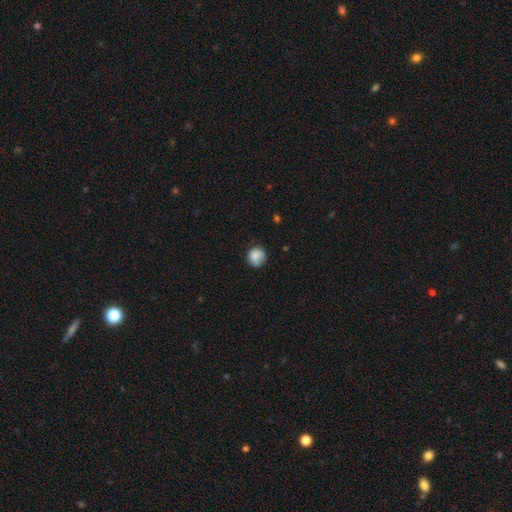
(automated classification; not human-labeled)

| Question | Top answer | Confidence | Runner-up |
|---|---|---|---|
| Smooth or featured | smooth | 84% | star or artifact (8%) |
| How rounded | round | 86% | in between (13%) |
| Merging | none | 69% | minor disturbance (23%) |